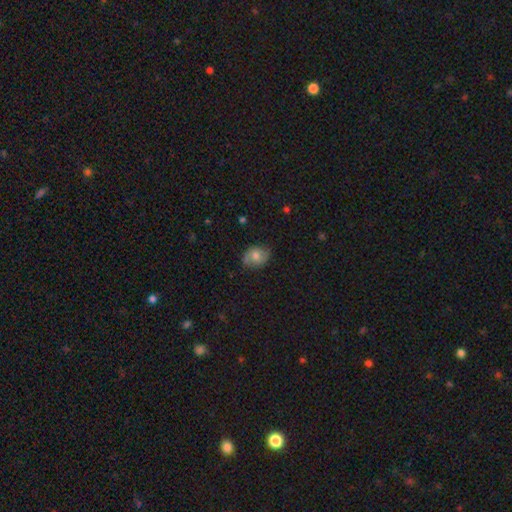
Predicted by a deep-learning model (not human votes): Morphology: type=smooth (57%); roundness=in between (59%); merging=none (71%).